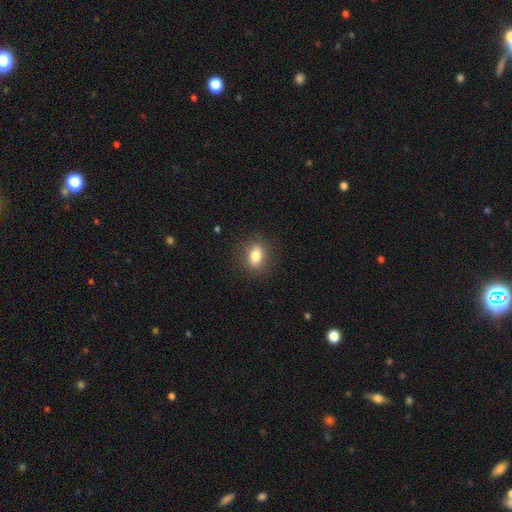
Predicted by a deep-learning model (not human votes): Smooth or featured? Predicted: smooth (p=0.80). How rounded? Predicted: in between (p=0.75). Merging? Predicted: none (p=0.86).